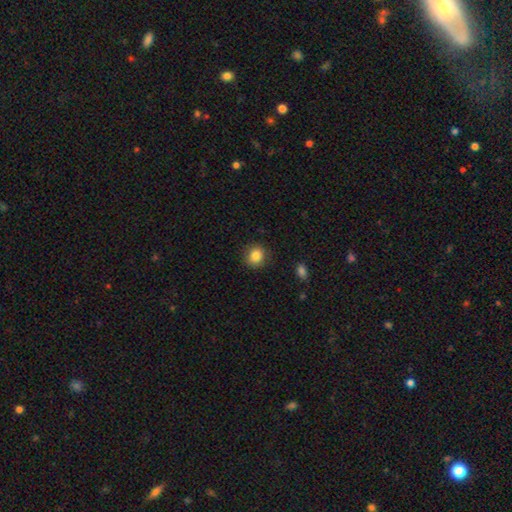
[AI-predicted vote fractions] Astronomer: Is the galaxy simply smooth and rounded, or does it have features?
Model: smooth — 85%.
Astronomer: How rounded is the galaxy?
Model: round — 78%.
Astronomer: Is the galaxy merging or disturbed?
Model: none — 86%.